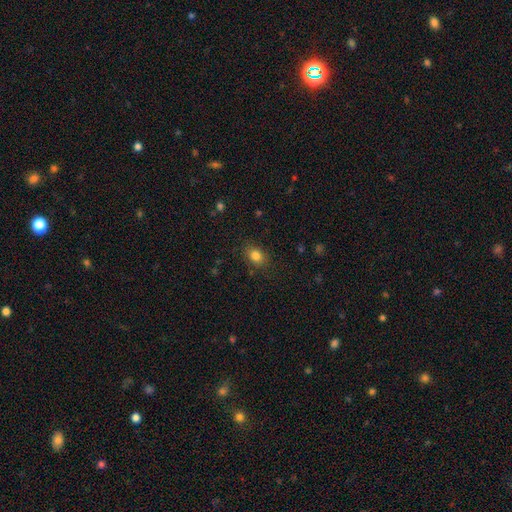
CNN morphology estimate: smooth_or_featured: smooth (p=0.83) [alt: star or artifact p=0.11]
how_rounded: in between (p=0.66) [alt: round p=0.33]
merging: none (p=0.84) [alt: minor disturbance p=0.12]